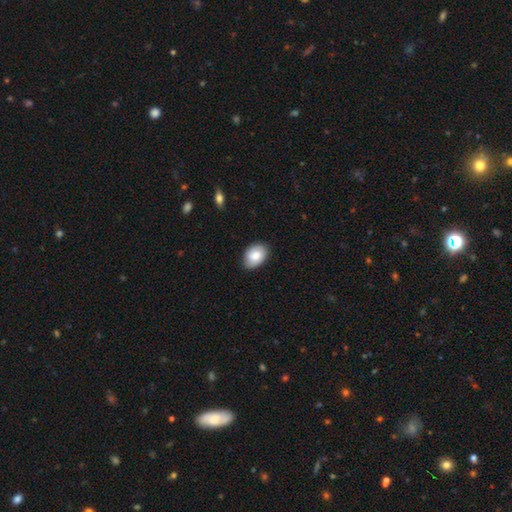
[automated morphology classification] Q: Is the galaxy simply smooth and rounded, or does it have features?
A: smooth — 81%.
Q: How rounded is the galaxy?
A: in between — 79%.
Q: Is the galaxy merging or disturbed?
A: none — 84%.